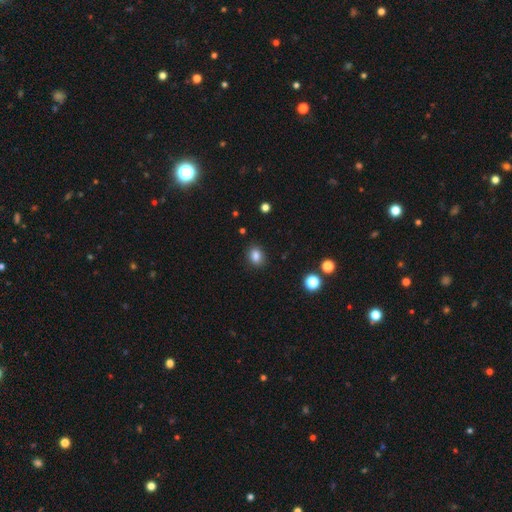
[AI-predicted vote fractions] This appears to be a smooth galaxy with no disk features (84%) that is in between round and cigar-shaped (54%). Merging: none (87%).